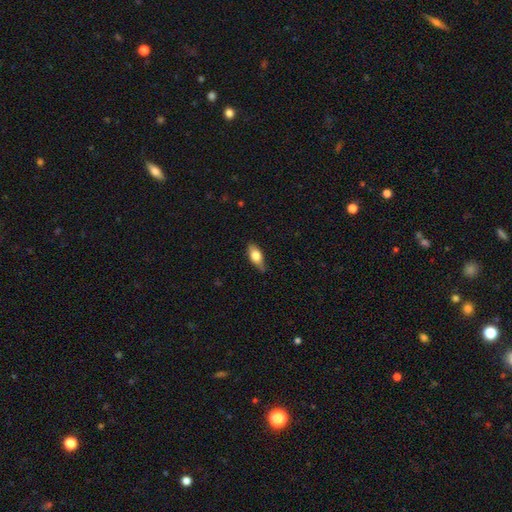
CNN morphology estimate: smooth-or-featured: smooth: 74% | featured or disk: 19% | star or artifact: 7%
  how-rounded: in between: 85% | cigar-shaped: 11% | round: 5%
  merging: none: 69% | minor disturbance: 25% | major disturbance: 4% | merger: 2%